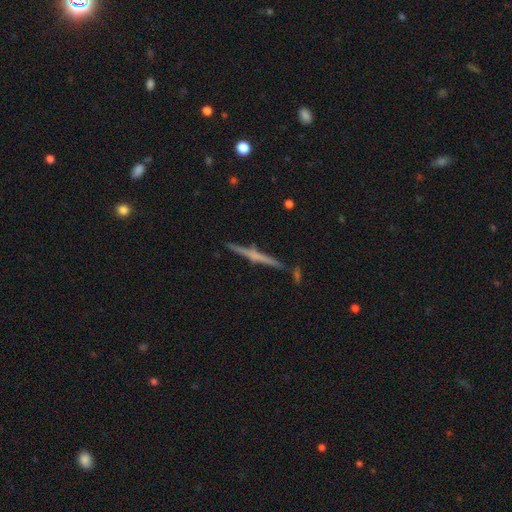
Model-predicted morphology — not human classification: Overall: featured or disk (66%; smooth 27%). Edge-on disk: yes (98%). Edge-on bulge: none (49%; rounded 37%). Merging: none (86%).